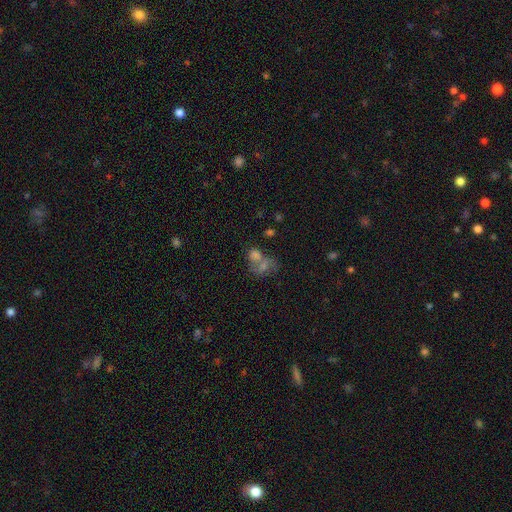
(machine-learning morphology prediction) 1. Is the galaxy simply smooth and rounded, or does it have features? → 60% smooth, 23% featured or disk, 17% star or artifact.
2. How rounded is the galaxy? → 59% in between, 39% round, 2% cigar-shaped.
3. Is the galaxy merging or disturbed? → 54% merger, 26% none, 10% minor disturbance, 10% major disturbance.